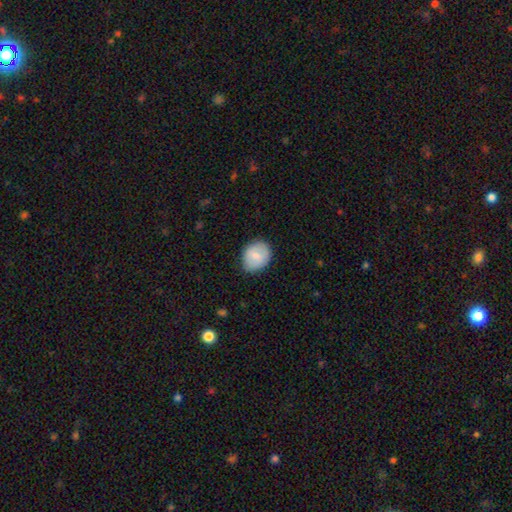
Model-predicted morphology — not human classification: This is likely a smooth galaxy (72%). How rounded: possibly round (58%). Merging: likely none (76%).